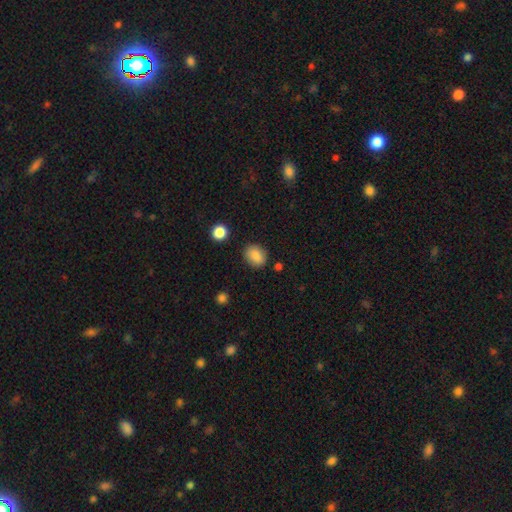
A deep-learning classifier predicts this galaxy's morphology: Smooth or featured? Predicted: smooth (p=0.87). How rounded? Predicted: in between (p=0.59). Merging? Predicted: none (p=0.84).